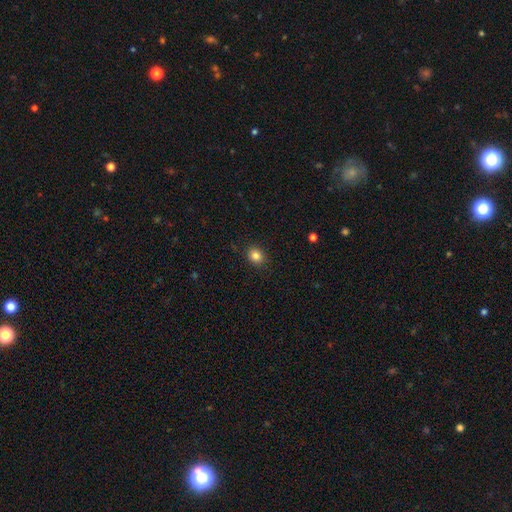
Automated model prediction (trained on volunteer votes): The model was most divided on "how rounded": round: 66%, in between: 33%, cigar-shaped: 1%. More confident: merging — none (89%); smooth or featured — smooth (84%).